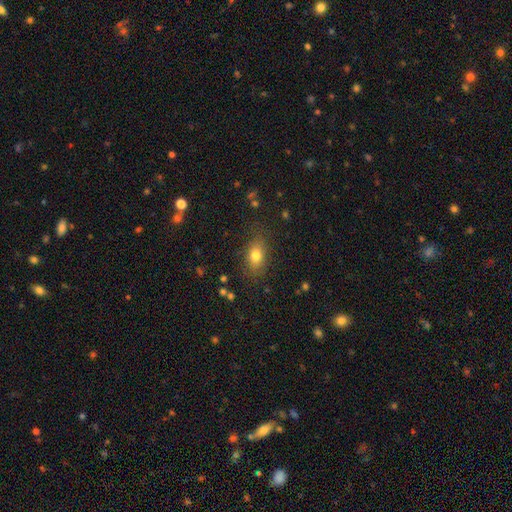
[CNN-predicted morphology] smooth 78%, featured or disk 11%, star or artifact 11%. Down the decision tree: how rounded — in between (78%); merging — none (80%).